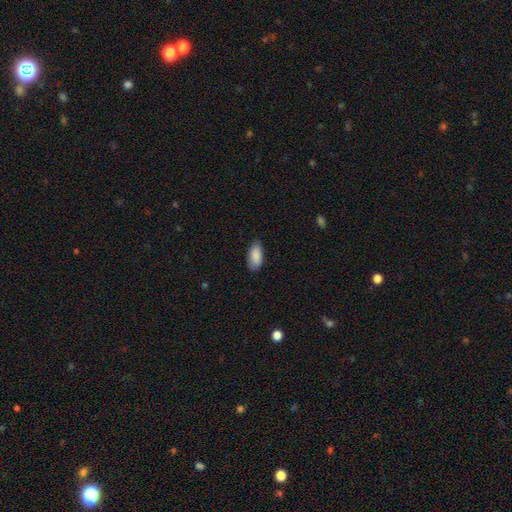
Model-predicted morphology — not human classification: The model was most divided on "merging": none: 83%, minor disturbance: 14%, major disturbance: 2%, merger: 1%. More confident: how rounded — in between (91%); smooth or featured — smooth (89%).